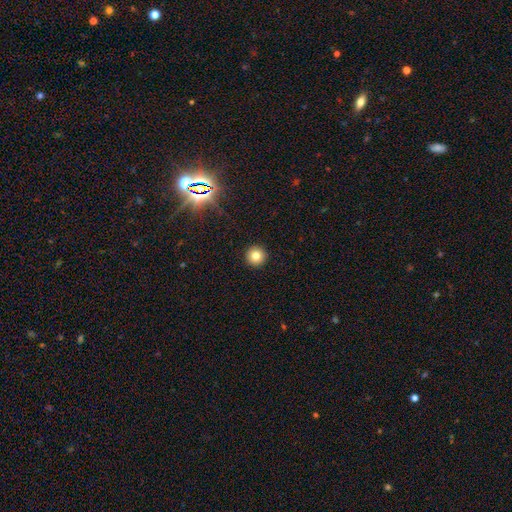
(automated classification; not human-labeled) The model was most divided on "smooth or featured": smooth: 80%, star or artifact: 12%, featured or disk: 8%. More confident: how rounded — round (96%); merging — none (94%).